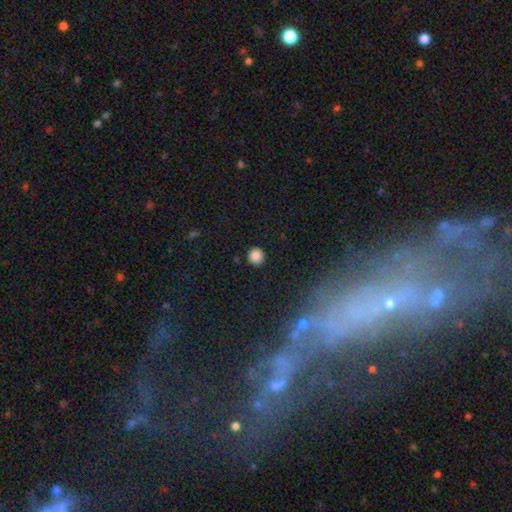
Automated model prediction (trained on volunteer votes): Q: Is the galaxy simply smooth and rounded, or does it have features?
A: smooth — 86%.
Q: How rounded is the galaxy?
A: round — 93%.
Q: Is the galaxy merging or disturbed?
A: none — 91%.